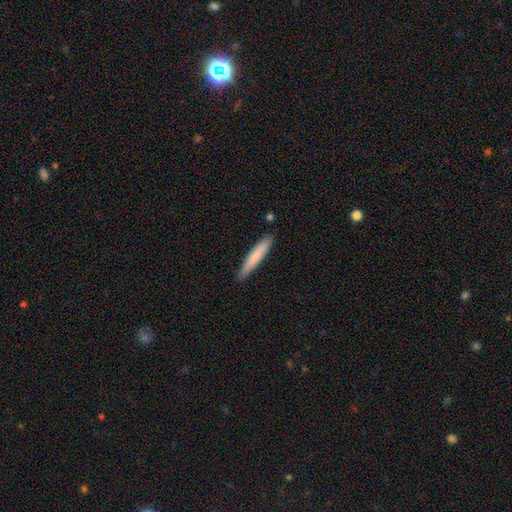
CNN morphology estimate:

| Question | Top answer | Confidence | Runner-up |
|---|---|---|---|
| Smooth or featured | smooth | 77% | featured or disk (18%) |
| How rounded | cigar-shaped | 93% | in between (6%) |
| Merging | none | 87% | minor disturbance (10%) |